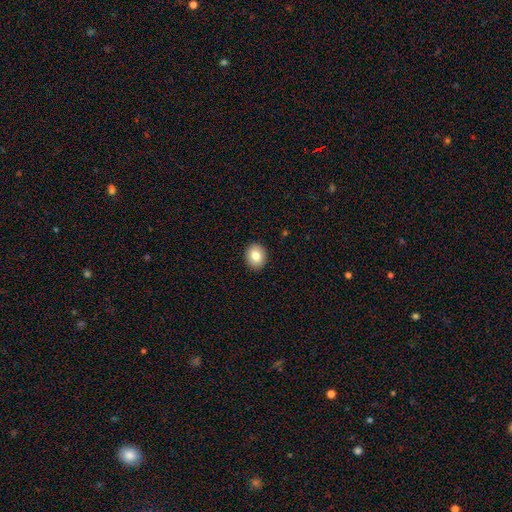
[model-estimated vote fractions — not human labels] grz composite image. It shows a smooth galaxy with no disk features (81%) that is round (63%). Merging: none (92%).